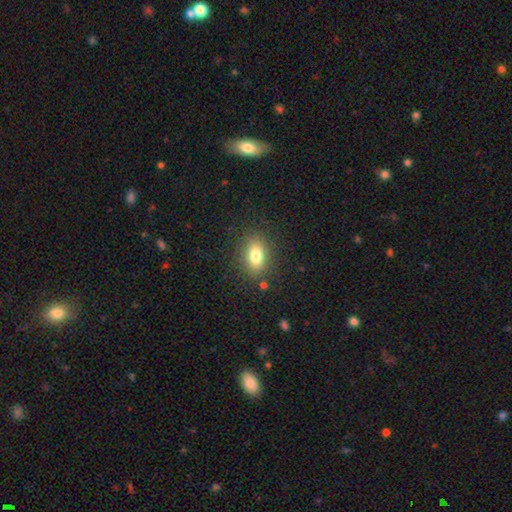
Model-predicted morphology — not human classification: Smooth or featured: smooth — 79% (featured or disk — 11%)
How rounded: in between — 81% (round — 16%)
Merging: none — 85% (minor disturbance — 10%)